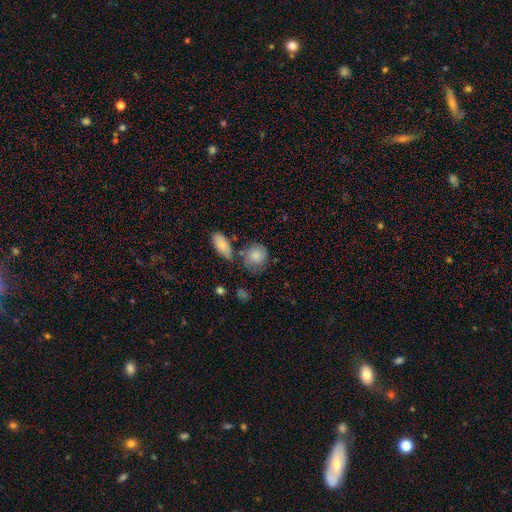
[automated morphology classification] smooth_or_featured: smooth (p=0.83) [alt: featured or disk p=0.10]
how_rounded: round (p=0.76) [alt: in between p=0.22]
merging: none (p=0.60) [alt: minor disturbance p=0.20]